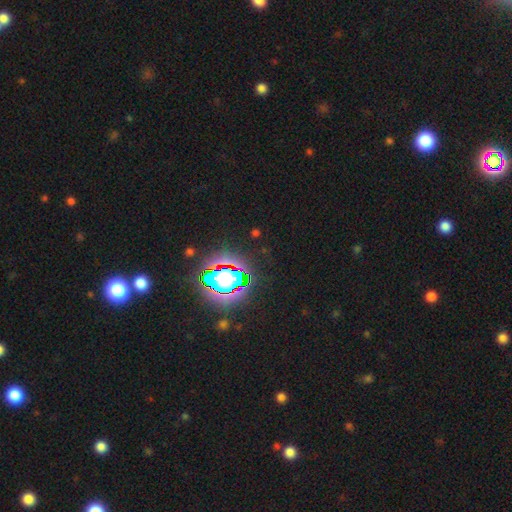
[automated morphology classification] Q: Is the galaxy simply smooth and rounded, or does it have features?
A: star or artifact — 81%.